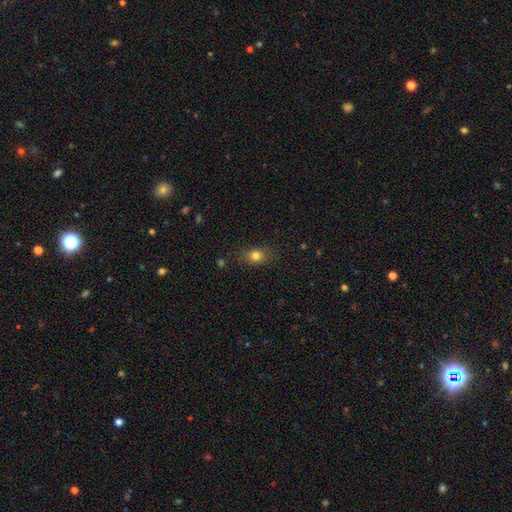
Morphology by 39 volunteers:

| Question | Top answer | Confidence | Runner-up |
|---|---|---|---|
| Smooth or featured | smooth | 82% | featured or disk (13%) |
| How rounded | in between | 56% | round (41%) |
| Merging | none | 89% | minor disturbance (5%) |